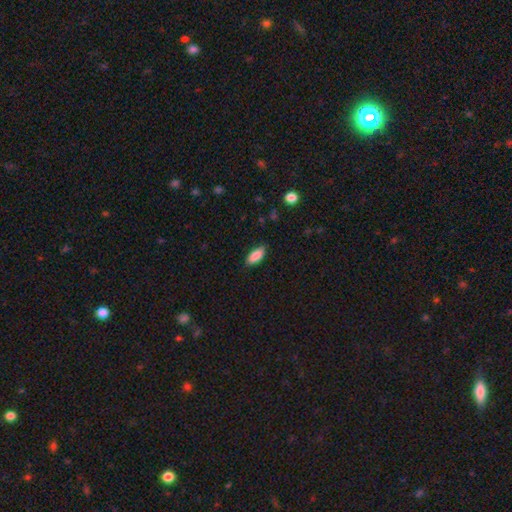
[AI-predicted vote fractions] A smooth galaxy with no disk features (87%) that is in between round and cigar-shaped (83%).

Vote fractions:
- Smooth or featured? smooth: 87% / star or artifact: 7% / featured or disk: 6%
- How rounded? in between: 83% / cigar-shaped: 15% / round: 2%
- Merging? none: 83% / minor disturbance: 14% / major disturbance: 2% / merger: 1%